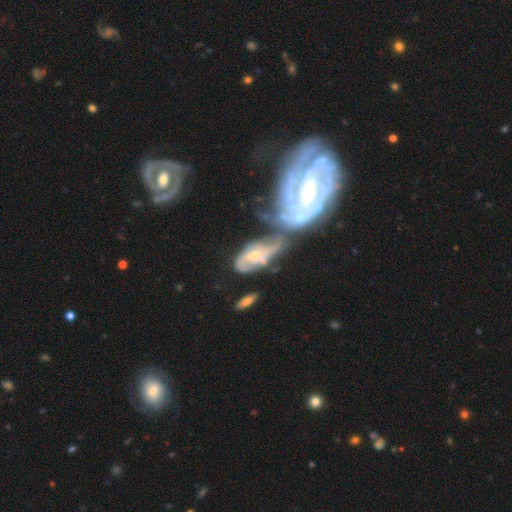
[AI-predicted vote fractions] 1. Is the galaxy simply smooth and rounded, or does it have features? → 71% featured or disk, 21% smooth, 7% star or artifact.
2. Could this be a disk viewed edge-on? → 95% no, 5% yes.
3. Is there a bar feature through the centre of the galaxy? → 63% no, 30% weak, 7% strong.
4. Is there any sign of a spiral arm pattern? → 79% yes, 21% no.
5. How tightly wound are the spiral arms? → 39% medium, 32% loose, 29% tight.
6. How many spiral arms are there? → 44% 2, 32% can't tell, 11% 3, 8% 1, 3% 4, 3% more than 4.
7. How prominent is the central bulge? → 43% moderate, 42% small, 9% none, 5% large, 2% dominant.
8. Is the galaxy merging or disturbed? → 54% merger, 19% major disturbance, 14% none, 12% minor disturbance.